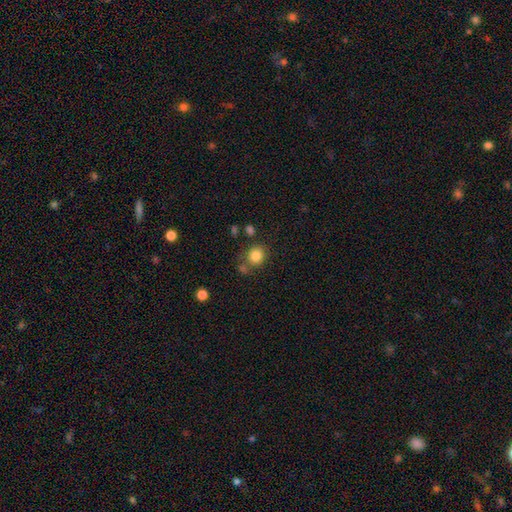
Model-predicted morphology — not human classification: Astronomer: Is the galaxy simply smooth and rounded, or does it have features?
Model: smooth — 83%.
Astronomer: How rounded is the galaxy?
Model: round — 83%.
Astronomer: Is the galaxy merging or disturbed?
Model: none — 72%.